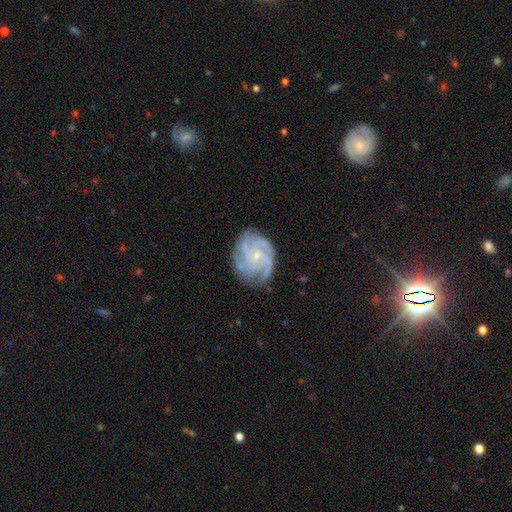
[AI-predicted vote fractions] The model was most divided on "spiral arm count": 3: 35%, 4: 30%, can't tell: 14%, 2: 10%, more than 4: 6%, 1: 6%. More confident: edge-on disk — no (98%); spiral arms — yes (98%); smooth or featured — featured or disk (88%); merging — none (74%); bulge size — small (73%); bar — no (69%); spiral winding — tight (59%).